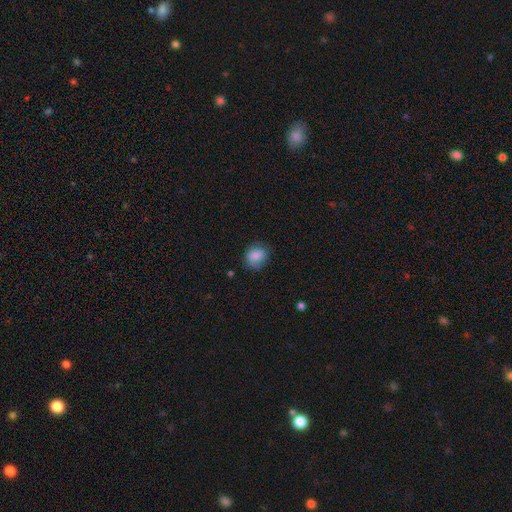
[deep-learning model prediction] Morphology: type=smooth (86%); roundness=round (61%); merging=none (73%).